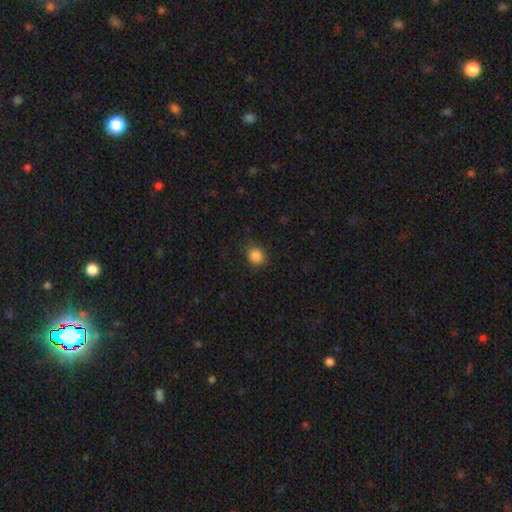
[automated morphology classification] The model was most divided on "how rounded": round: 59%, in between: 40%, cigar-shaped: 1%. More confident: smooth or featured — smooth (86%); merging — none (83%).